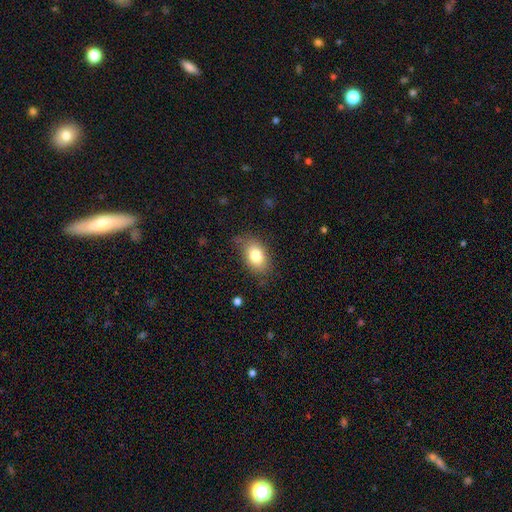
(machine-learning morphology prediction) smooth_or_featured: smooth (p=0.79) [alt: featured or disk p=0.13]
how_rounded: in between (p=0.83) [alt: round p=0.15]
merging: none (p=0.74) [alt: minor disturbance p=0.19]